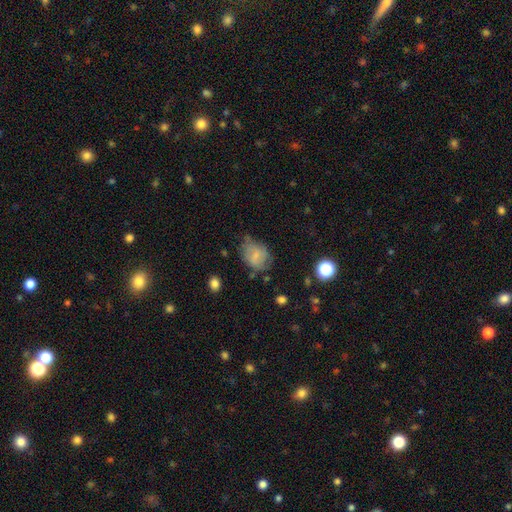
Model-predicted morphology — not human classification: smooth_or_featured: smooth (p=0.63) [alt: featured or disk p=0.28]
how_rounded: in between (p=0.63) [alt: round p=0.36]
merging: none (p=0.48) [alt: minor disturbance p=0.34]